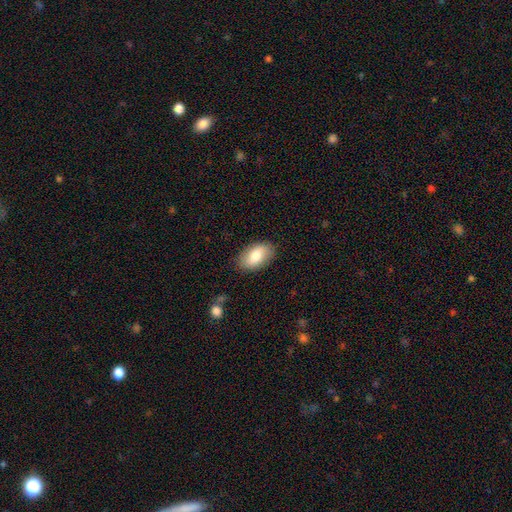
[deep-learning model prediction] The model was most divided on "smooth or featured": smooth: 76%, featured or disk: 18%, star or artifact: 6%. More confident: how rounded — in between (93%); merging — none (86%).